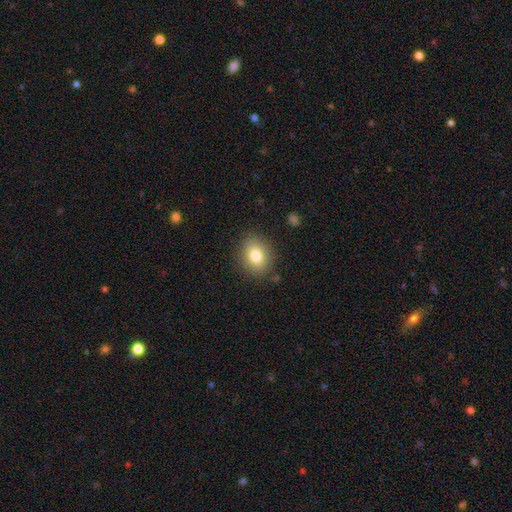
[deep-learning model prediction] This is likely a smooth galaxy (80%). How rounded: possibly in between (51%). Merging: clearly none (85%).